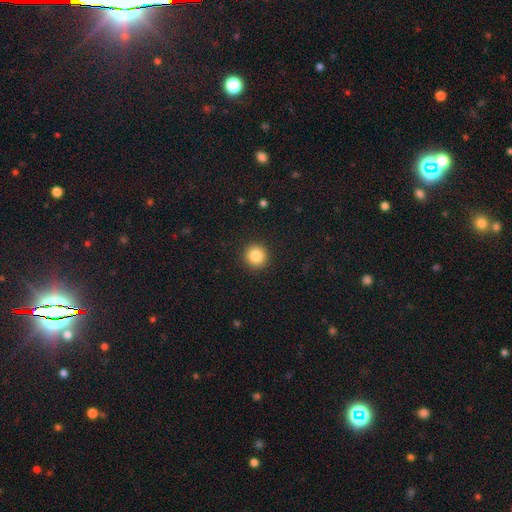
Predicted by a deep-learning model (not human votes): Smooth or featured: smooth — 84% (star or artifact — 10%)
How rounded: round — 94% (in between — 5%)
Merging: none — 92% (minor disturbance — 5%)